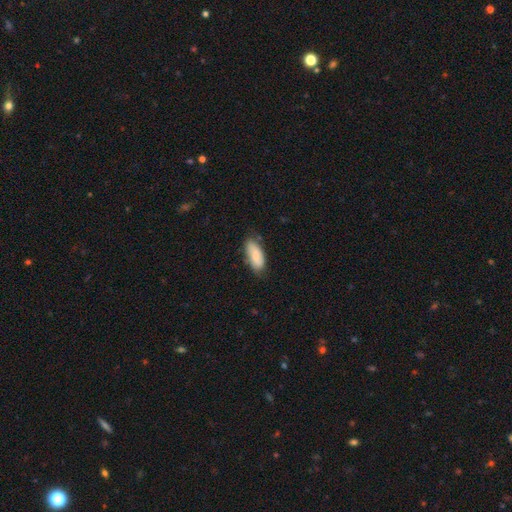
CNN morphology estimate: smooth 80%, featured or disk 13%, star or artifact 6%. Down the decision tree: how rounded — in between (85%); merging — none (69%).